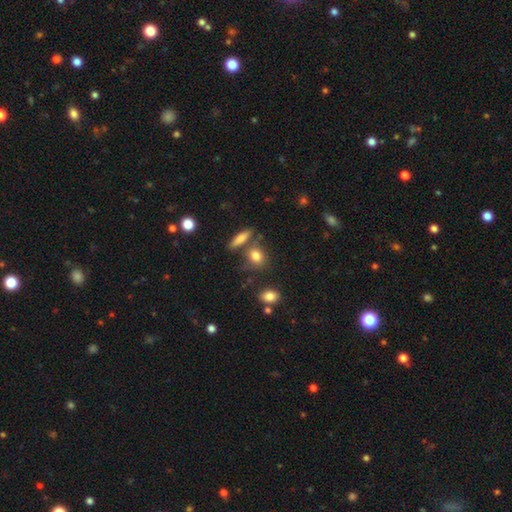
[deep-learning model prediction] smooth 80%, featured or disk 10%, star or artifact 10%. Down the decision tree: how rounded — round (47%); merging — none (64%).